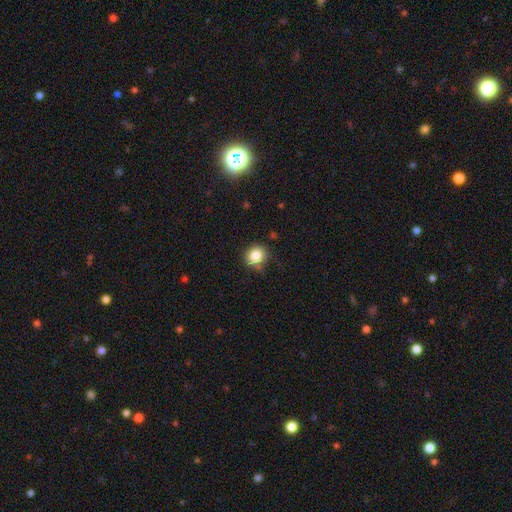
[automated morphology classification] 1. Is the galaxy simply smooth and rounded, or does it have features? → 83% smooth, 10% star or artifact, 7% featured or disk.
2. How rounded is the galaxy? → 78% round, 21% in between, 1% cigar-shaped.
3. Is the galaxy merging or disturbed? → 79% none, 15% minor disturbance, 3% major disturbance, 3% merger.